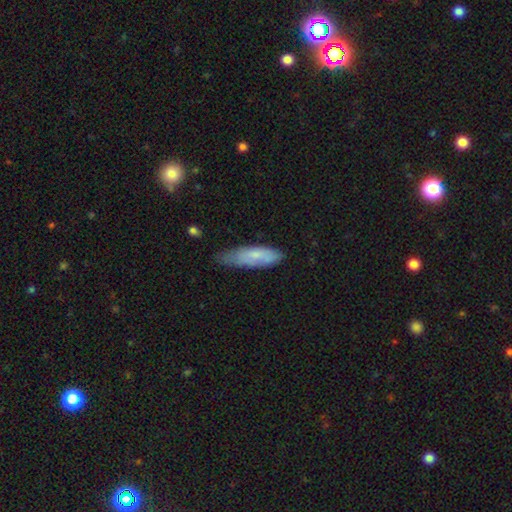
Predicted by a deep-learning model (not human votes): smooth_or_featured: smooth (p=0.70) [alt: featured or disk p=0.23]
how_rounded: cigar-shaped (p=0.50) [alt: in between p=0.48]
merging: none (p=0.50) [alt: minor disturbance p=0.39]